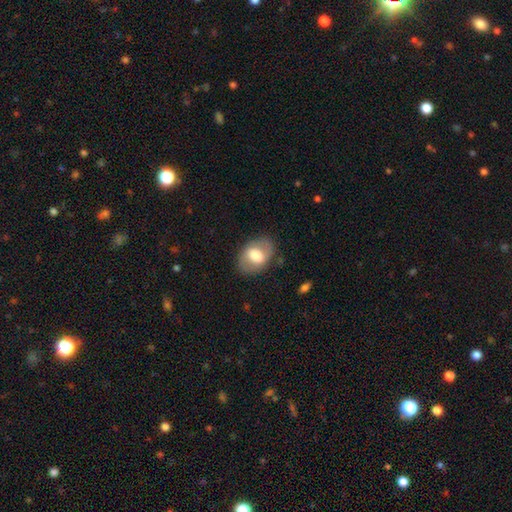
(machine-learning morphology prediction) Smooth or featured: smooth — 55% (featured or disk — 39%)
How rounded: in between — 80% (round — 19%)
Merging: none — 79% (minor disturbance — 14%)